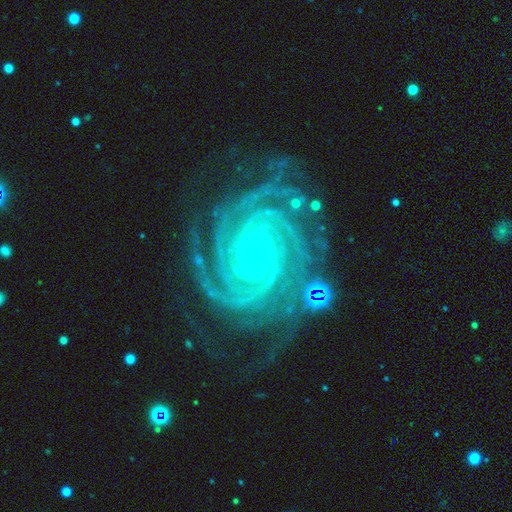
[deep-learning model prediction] Morphology: type=featured or disk (94%); edge-on=no (98%); bar=no (76%); spiral arms=yes (99%); winding=tight (88%); arm count=4 (24%); bulge=small (88%); merging=none (72%).